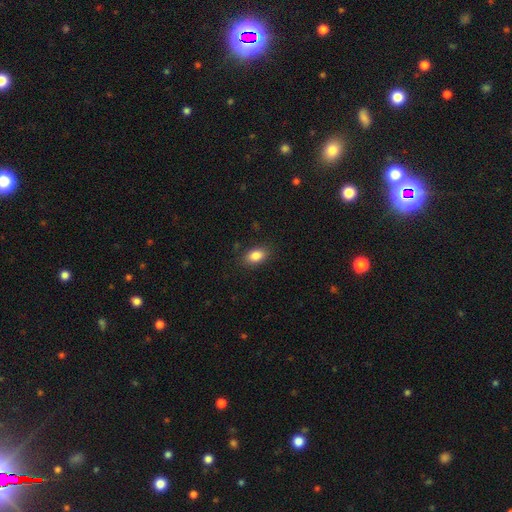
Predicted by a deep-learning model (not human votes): Smooth or featured? smooth (85%)
How rounded? in between (86%)
Merging? none (85%)